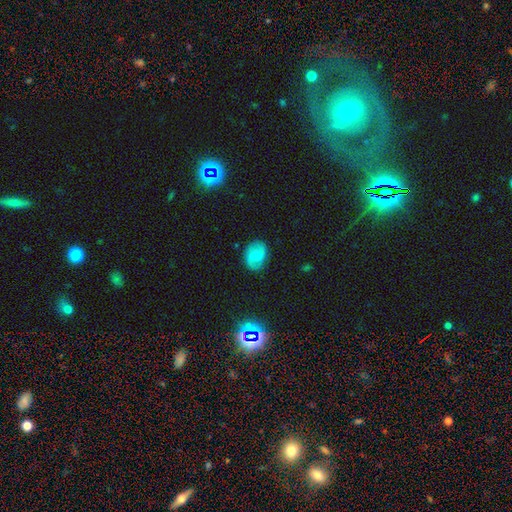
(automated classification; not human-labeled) Morphology: type=featured or disk (65%); edge-on=no (97%); bar=weak (47%); spiral arms=yes (92%); winding=medium (51%); arm count=2 (90%); bulge=small (49%); merging=none (83%).